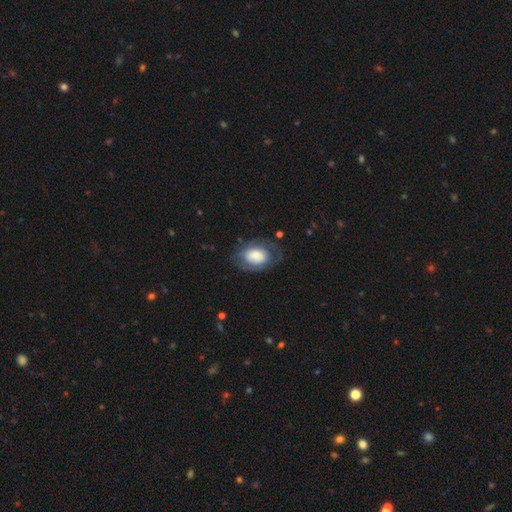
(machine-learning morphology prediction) Overall: smooth (67%). How rounded: in between (82%). Merging: none (66%).